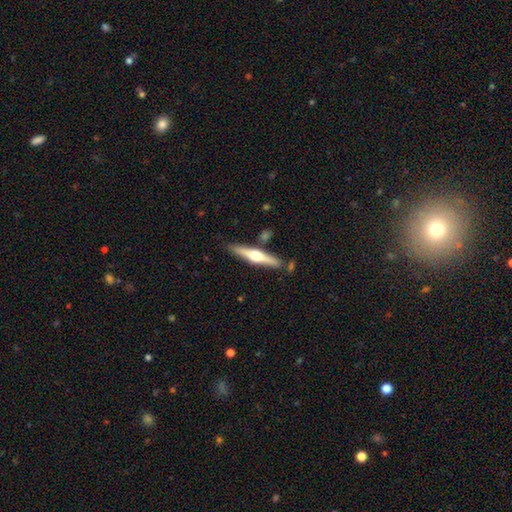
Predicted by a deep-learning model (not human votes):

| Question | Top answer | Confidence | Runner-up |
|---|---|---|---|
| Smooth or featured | featured or disk | 67% | smooth (28%) |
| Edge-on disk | yes | 97% | no (3%) |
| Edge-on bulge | rounded | 95% | boxy (3%) |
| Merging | none | 83% | minor disturbance (10%) |